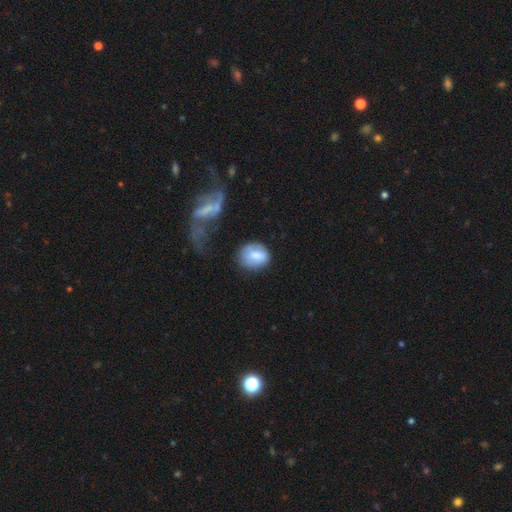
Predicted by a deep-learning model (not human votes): Overall: smooth (73%). How rounded: round (54%; in between 45%). Merging: none (61%; minor disturbance 26%).